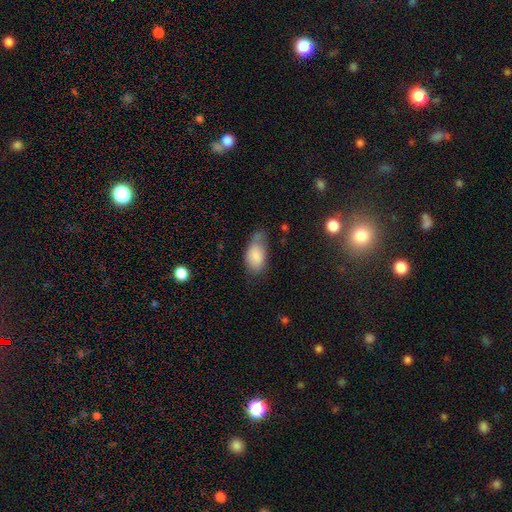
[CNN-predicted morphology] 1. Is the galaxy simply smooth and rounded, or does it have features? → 82% smooth, 11% featured or disk, 7% star or artifact.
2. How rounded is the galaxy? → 93% in between, 5% round, 3% cigar-shaped.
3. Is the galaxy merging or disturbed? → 40% none, 39% minor disturbance, 15% major disturbance, 6% merger.